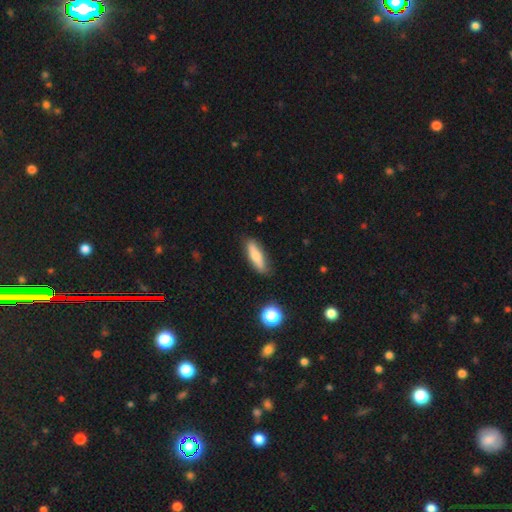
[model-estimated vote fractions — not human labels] smooth 68%, featured or disk 25%, star or artifact 7%. Down the decision tree: how rounded — cigar-shaped (63%); merging — none (83%).